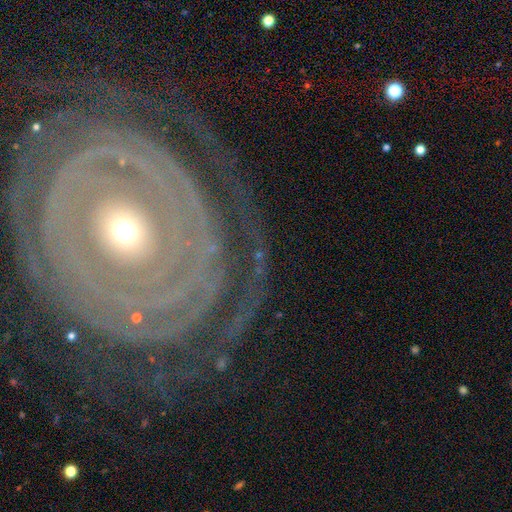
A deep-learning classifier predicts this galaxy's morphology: smooth-or-featured: featured or disk: 86% | smooth: 8% | star or artifact: 7%
  disk-edge-on: no: 96% | yes: 4%
    bar: no: 78% | weak: 12% | strong: 10%
    has-spiral-arms: yes: 88% | no: 12%
      spiral-winding: tight: 88% | medium: 9% | loose: 3%
      spiral-arm-count: can't tell: 32% | more than 4: 18% | 2: 15% | 3: 13% | 4: 13% | 1: 9%
    bulge-size: small: 49% | moderate: 45% | large: 4% | dominant: 1% | none: 1%
  merging: none: 78% | minor disturbance: 12% | major disturbance: 9% | merger: 2%